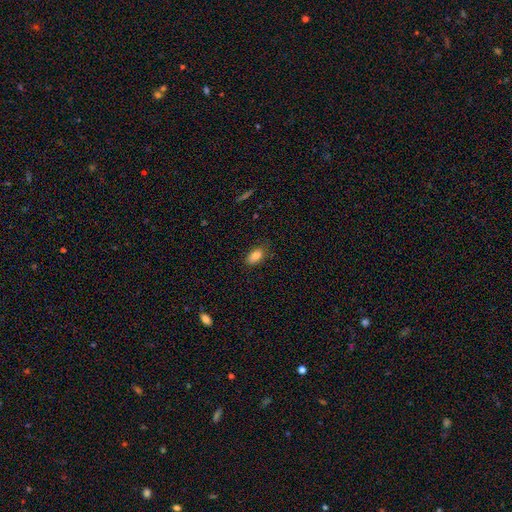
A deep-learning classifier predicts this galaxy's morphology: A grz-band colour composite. It shows a smooth galaxy with no disk features (84%) that is in between round and cigar-shaped (89%). Merging: none (81%).